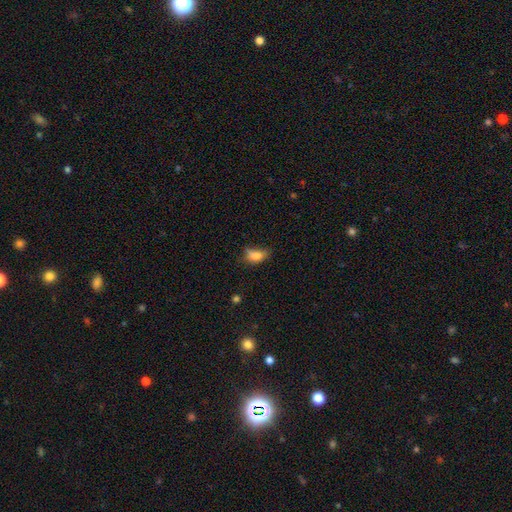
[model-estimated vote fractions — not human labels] Morphology: type=smooth (78%); roundness=in between (85%); merging=minor disturbance (38%).